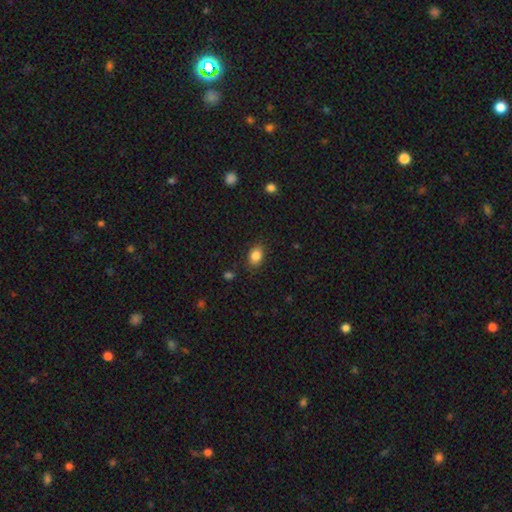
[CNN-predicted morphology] smooth-or-featured: smooth: 85% | star or artifact: 9% | featured or disk: 6%
  how-rounded: in between: 77% | round: 22% | cigar-shaped: 1%
  merging: none: 85% | minor disturbance: 11% | major disturbance: 3% | merger: 1%